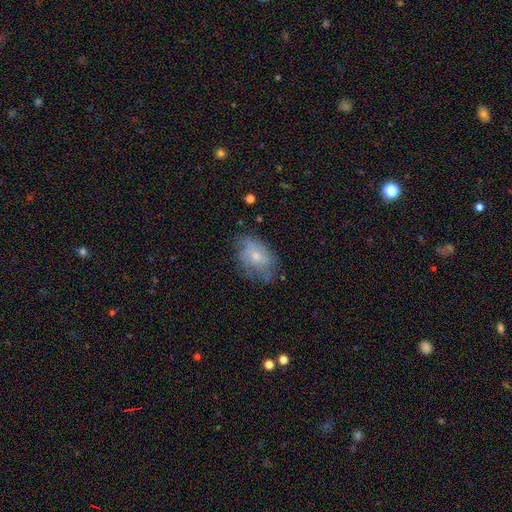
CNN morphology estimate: type=smooth (47%); merging=none (57%).